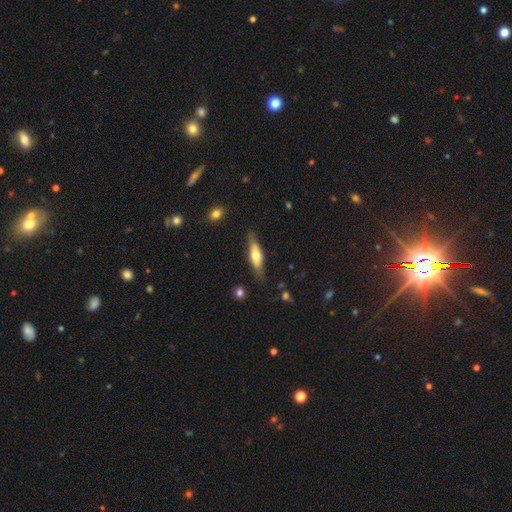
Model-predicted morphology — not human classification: A featured or disk galaxy (47%, tied with smooth).

Vote fractions:
- Smooth or featured? featured or disk: 47% (tied) / smooth: 47% (tied) / star or artifact: 6%
- Merging? none: 77% / minor disturbance: 17% / major disturbance: 4% / merger: 2%